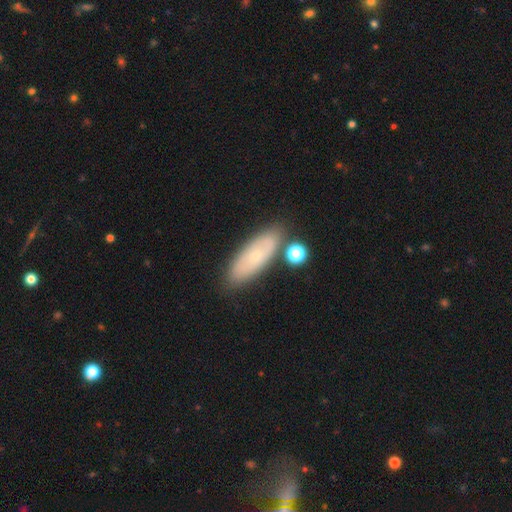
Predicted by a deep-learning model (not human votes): The model was most divided on "smooth or featured": smooth: 52%, featured or disk: 40%, star or artifact: 8%. More confident: merging — none (77%); how rounded — in between (68%).